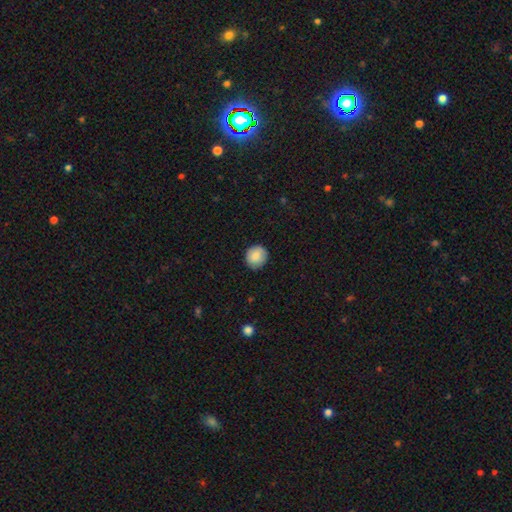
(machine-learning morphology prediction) This appears to be a smooth galaxy with no disk features (86%) that is round (88%). Merging: none (87%).